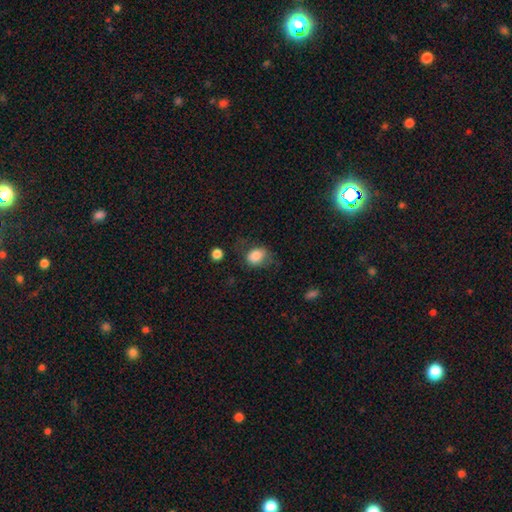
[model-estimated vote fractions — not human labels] Smooth or featured? smooth (83%)
How rounded? in between (59%)
Merging? none (56%)